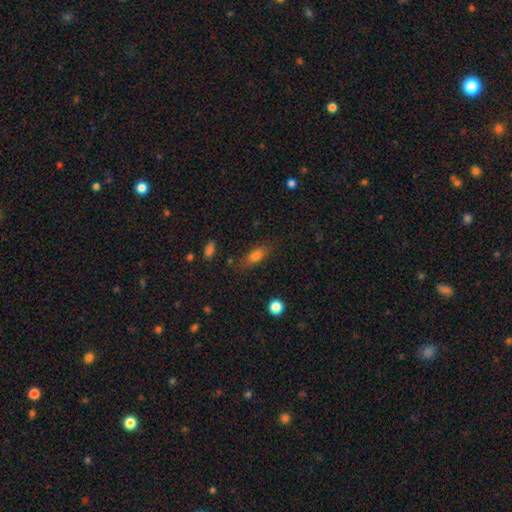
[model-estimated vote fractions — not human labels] A smooth galaxy with no disk features (75%) that is in between round and cigar-shaped (69%).

Vote fractions:
- Smooth or featured? smooth: 75% / featured or disk: 14% / star or artifact: 10%
- How rounded? in between: 69% / cigar-shaped: 25% / round: 5%
- Merging? none: 76% / minor disturbance: 16% / major disturbance: 5% / merger: 3%